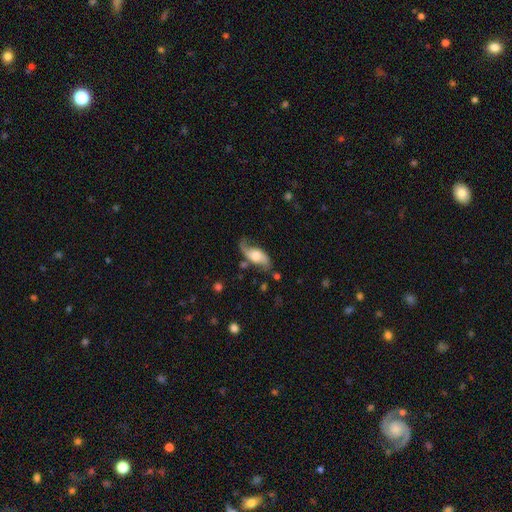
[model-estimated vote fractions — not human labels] A featured or disk galaxy (75%) with no bar (58%), 2 (87%) loose (72%) spiral arms (93%) and a moderate central bulge (41%).

Vote fractions:
- Smooth or featured? featured or disk: 75% / smooth: 19% / star or artifact: 6%
- Edge-on disk? no: 93% / yes: 7%
- Bar? no: 58% / weak: 32% / strong: 11%
- Spiral arms? yes: 93% / no: 7%
- Spiral winding? loose: 72% / medium: 22% / tight: 6%
- Spiral arm count? 2: 87% / 1: 7% / can't tell: 3% / 3: 1% / 4: 1% / more than 4: 1%
- Bulge size? moderate: 41% / large: 27% / small: 20% / none: 8% / dominant: 4%
- Merging? none: 62% / minor disturbance: 21% / major disturbance: 13% / merger: 4%